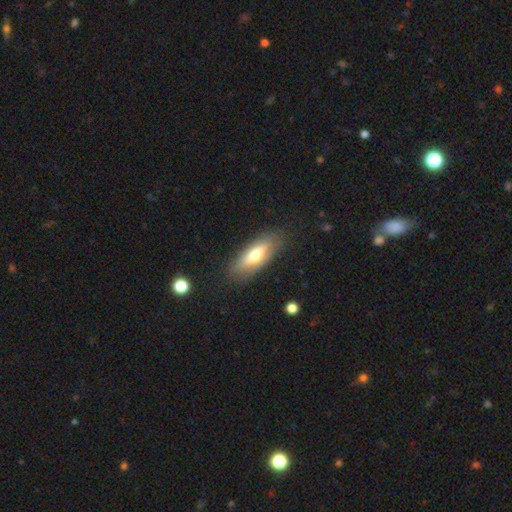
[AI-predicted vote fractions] smooth-or-featured: smooth: 67% | featured or disk: 27% | star or artifact: 7%
  how-rounded: in between: 67% | cigar-shaped: 31% | round: 2%
  merging: none: 81% | minor disturbance: 13% | major disturbance: 4% | merger: 1%